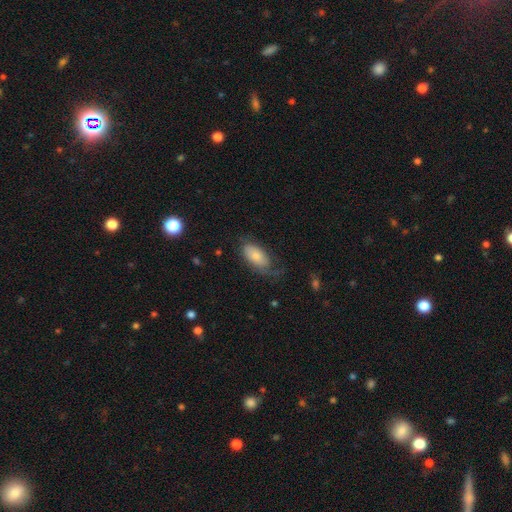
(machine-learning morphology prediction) A smooth galaxy with no disk features (66%) that is in between round and cigar-shaped (92%). Merging: none (46%).